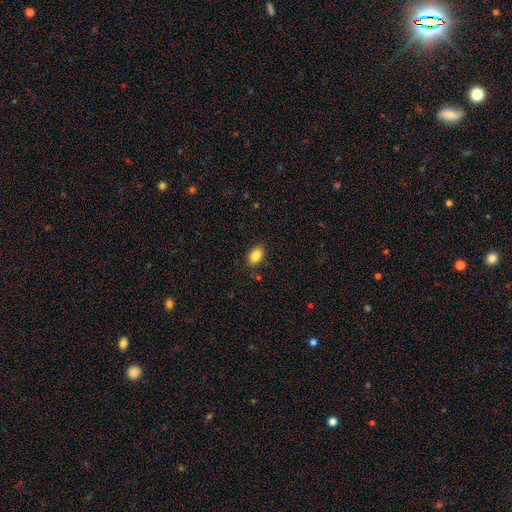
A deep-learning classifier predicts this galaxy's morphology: Smooth or featured: smooth — 86% (star or artifact — 9%)
How rounded: in between — 84% (round — 15%)
Merging: none — 85% (minor disturbance — 11%)